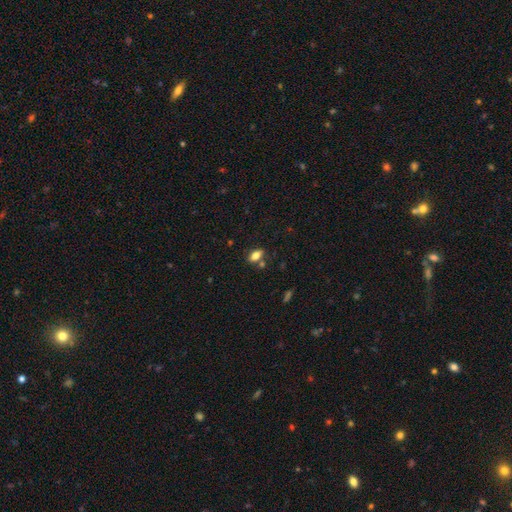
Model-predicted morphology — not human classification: smooth_or_featured: smooth (p=0.80) [alt: featured or disk p=0.11]
how_rounded: in between (p=0.88) [alt: round p=0.07]
merging: none (p=0.72) [alt: minor disturbance p=0.13]